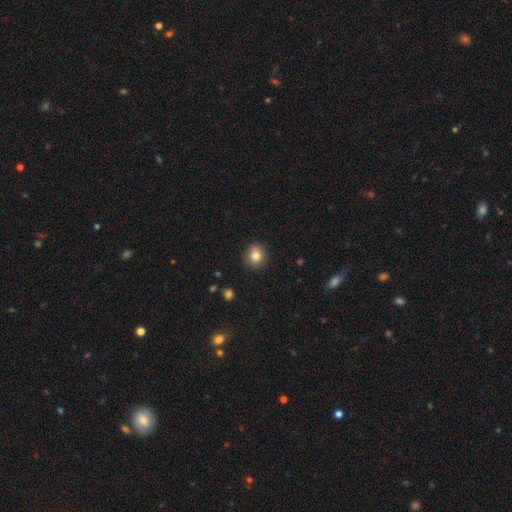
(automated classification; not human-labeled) Smooth or featured?
  - smooth: 80% *
  - star or artifact: 11%
  - featured or disk: 9%
How rounded?
  - round: 85% *
  - in between: 14%
  - cigar-shaped: 1%
Merging?
  - none: 82% *
  - minor disturbance: 13%
  - major disturbance: 3%
  - merger: 2%